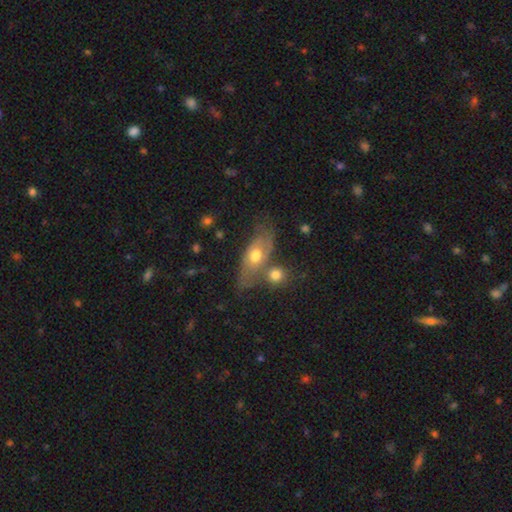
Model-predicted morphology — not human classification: Q: Smooth or featured?
A: featured or disk (55%); runner-up: smooth (37%)
Q: Edge-on disk?
A: no (82%); runner-up: yes (18%)
Q: Merging?
A: none (48%); runner-up: merger (22%)